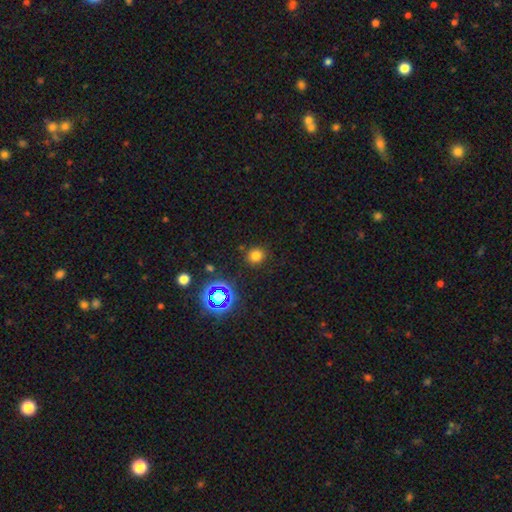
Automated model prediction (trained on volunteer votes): smooth 73%, star or artifact 20%, featured or disk 7%. Down the decision tree: how rounded — round (87%); merging — none (86%).